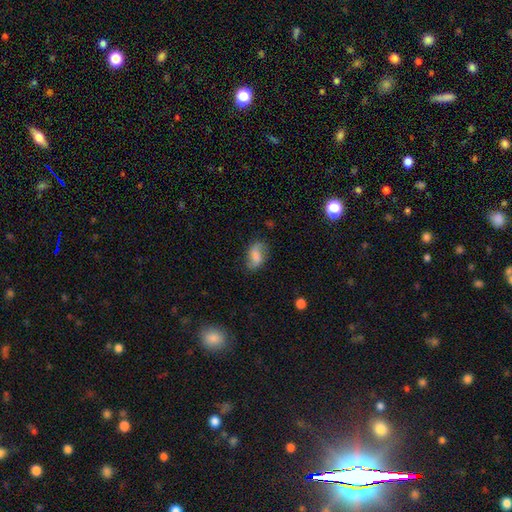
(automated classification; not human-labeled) smooth-or-featured: smooth: 60% | featured or disk: 31% | star or artifact: 9%
  how-rounded: in between: 87% | round: 10% | cigar-shaped: 3%
  merging: none: 70% | minor disturbance: 21% | major disturbance: 7% | merger: 2%